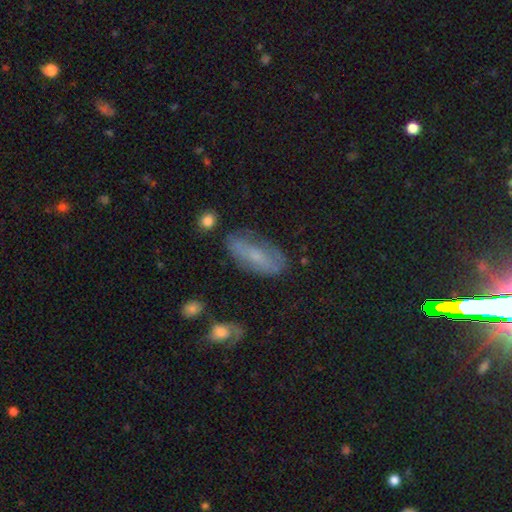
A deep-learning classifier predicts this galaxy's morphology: Overall: smooth (43%; featured or disk 40%). Merging: none (67%).